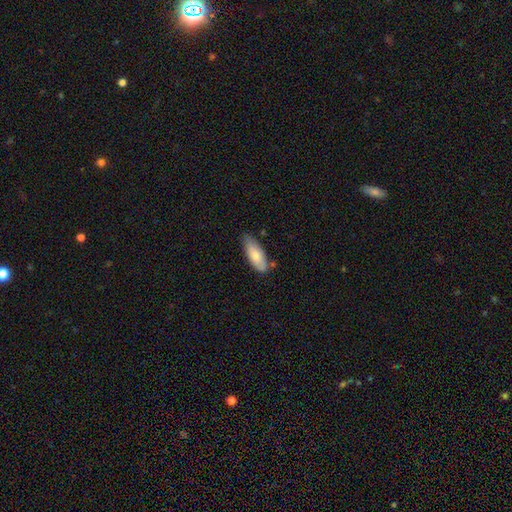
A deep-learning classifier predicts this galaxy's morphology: Overall: smooth (78%). How rounded: in between (76%). Merging: none (67%).